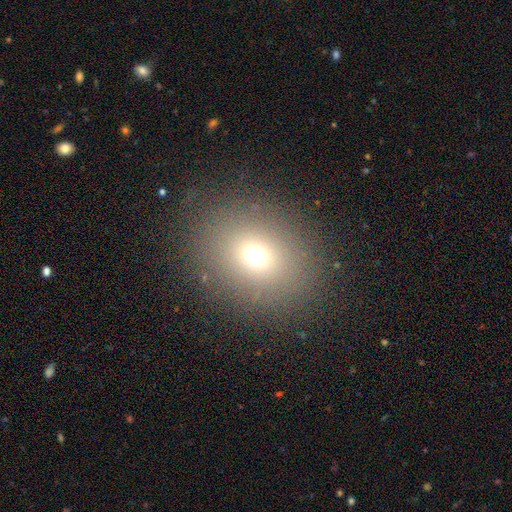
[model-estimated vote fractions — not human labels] Morphology: type=smooth (68%); roundness=round (57%); merging=none (85%).